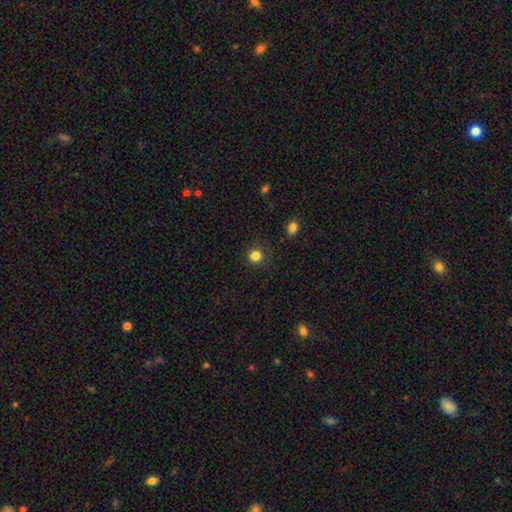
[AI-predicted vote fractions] Smooth or featured?
  - smooth: 83% *
  - star or artifact: 13%
  - featured or disk: 4%
How rounded?
  - round: 91% *
  - in between: 8%
  - cigar-shaped: 1%
Merging?
  - none: 86% *
  - minor disturbance: 9%
  - major disturbance: 3%
  - merger: 1%